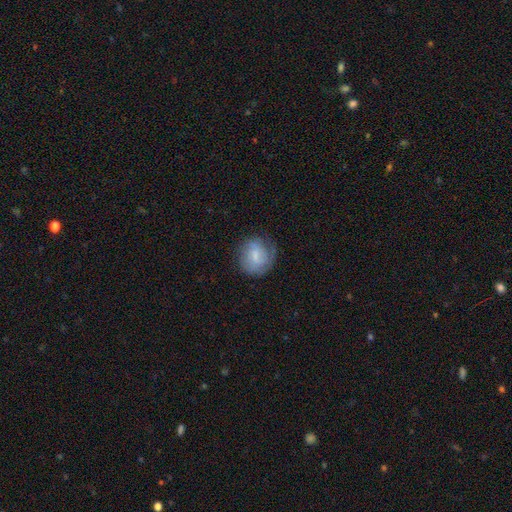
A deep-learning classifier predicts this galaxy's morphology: Smooth or featured: smooth — 58% (featured or disk — 35%)
How rounded: round — 75% (in between — 24%)
Merging: none — 63% (minor disturbance — 24%)